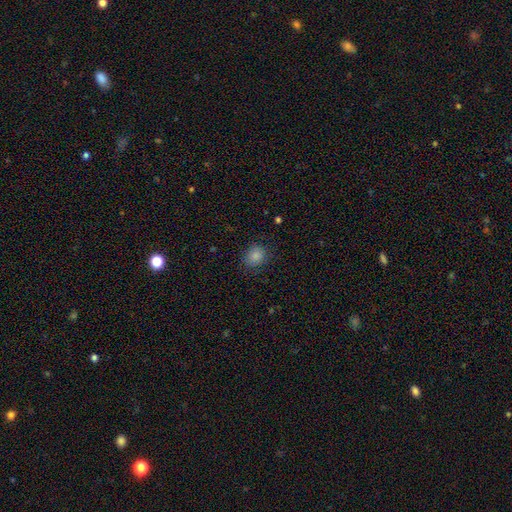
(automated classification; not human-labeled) Smooth or featured? Predicted: smooth (p=0.85). How rounded? Predicted: round (p=0.65). Merging? Predicted: none (p=0.83).